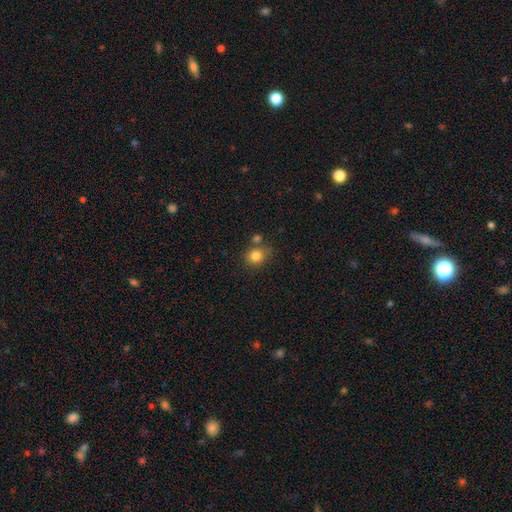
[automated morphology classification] This is clearly a smooth galaxy (83%). How rounded: likely round (80%). Merging: likely none (67%).